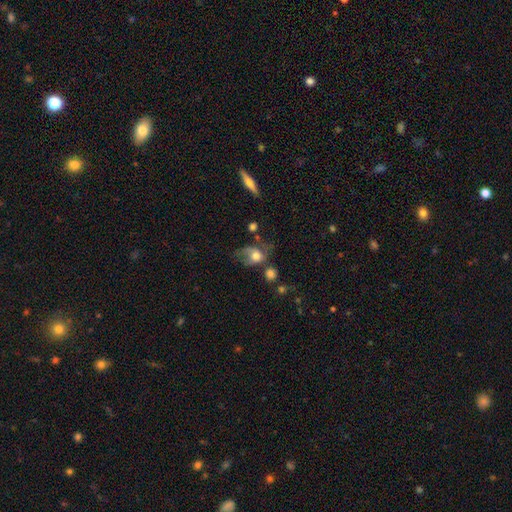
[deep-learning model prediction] A smooth galaxy with no disk features (60%) that is in between round and cigar-shaped (57%).

Vote fractions:
- Smooth or featured? smooth: 60% / featured or disk: 30% / star or artifact: 10%
- How rounded? in between: 57% / round: 41% / cigar-shaped: 2%
- Merging? major disturbance: 35% / none: 26% / minor disturbance: 25% / merger: 14%